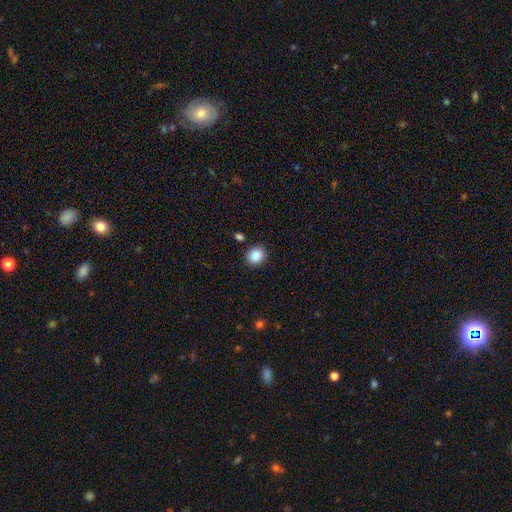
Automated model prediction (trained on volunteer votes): smooth 88%, star or artifact 9%, featured or disk 3%. Down the decision tree: how rounded — round (70%); merging — none (86%).